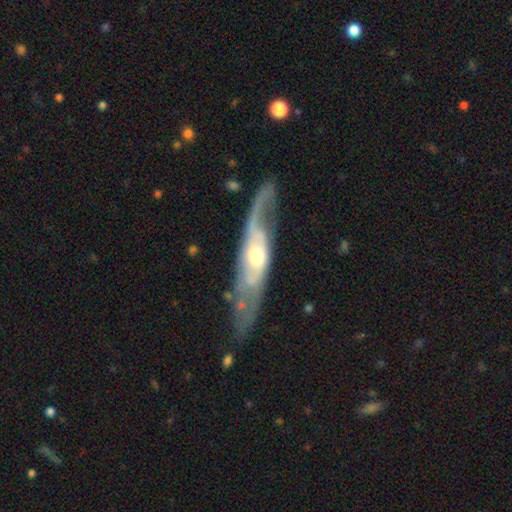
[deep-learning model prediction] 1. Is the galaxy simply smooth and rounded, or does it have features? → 81% featured or disk, 15% smooth, 4% star or artifact.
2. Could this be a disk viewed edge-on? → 73% no, 27% yes.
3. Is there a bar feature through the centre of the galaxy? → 62% no, 27% weak, 10% strong.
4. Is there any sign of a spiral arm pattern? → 81% yes, 19% no.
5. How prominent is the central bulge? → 60% moderate, 30% small, 7% large, 1% dominant, 1% none.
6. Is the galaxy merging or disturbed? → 60% none, 19% minor disturbance, 18% major disturbance, 4% merger.